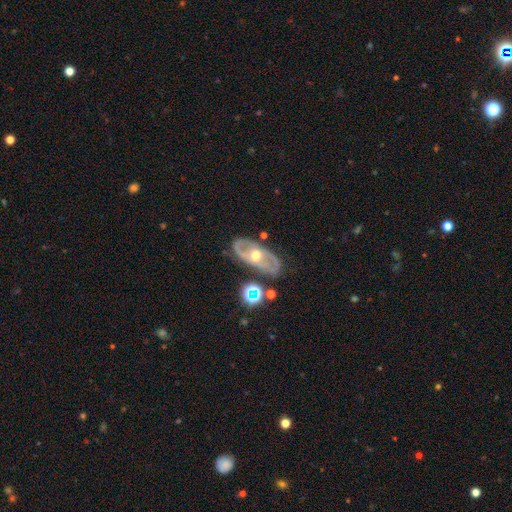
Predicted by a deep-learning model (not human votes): Q: Smooth or featured?
A: featured or disk (79%); runner-up: smooth (15%)
Q: Edge-on disk?
A: no (90%); runner-up: yes (10%)
Q: Bar?
A: no (55%); runner-up: weak (29%)
Q: Spiral arms?
A: yes (71%); runner-up: no (29%)
Q: Spiral winding?
A: medium (43%); runner-up: tight (37%)
Q: Spiral arm count?
A: 2 (76%); runner-up: can't tell (16%)
Q: Bulge size?
A: moderate (72%); runner-up: small (21%)
Q: Merging?
A: none (79%); runner-up: minor disturbance (13%)